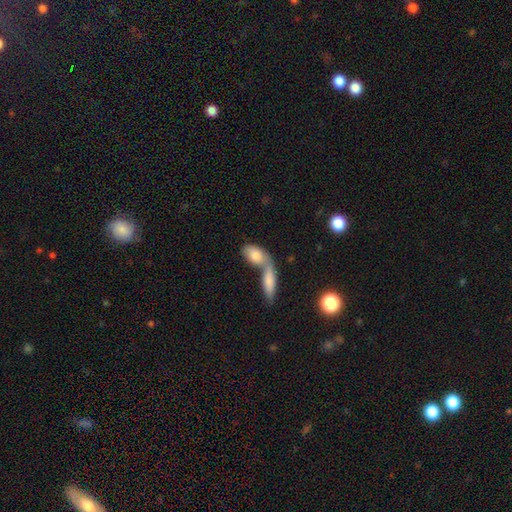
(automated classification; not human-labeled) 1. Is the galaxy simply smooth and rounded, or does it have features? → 75% smooth, 17% featured or disk, 7% star or artifact.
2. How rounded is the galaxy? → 82% in between, 12% cigar-shaped, 7% round.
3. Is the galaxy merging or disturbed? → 63% merger, 25% none, 7% minor disturbance, 5% major disturbance.